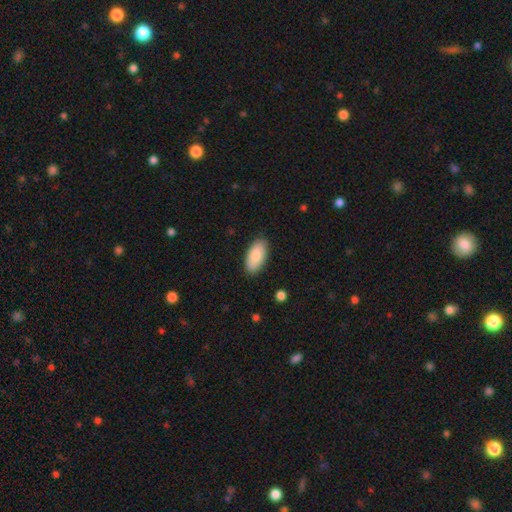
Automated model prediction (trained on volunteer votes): Morphology: type=smooth (86%); roundness=in between (93%); merging=none (88%).